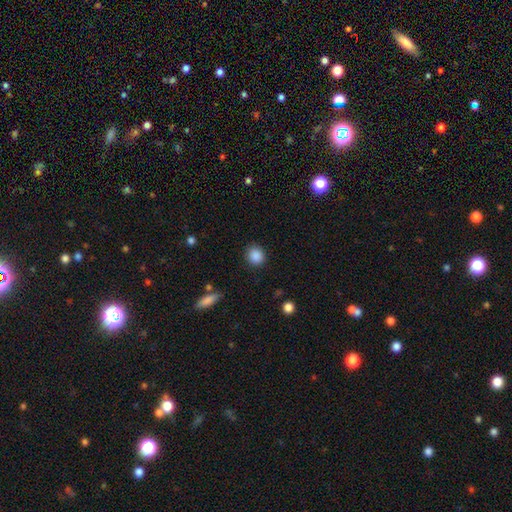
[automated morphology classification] A smooth galaxy with no disk features (88%) that is round (82%). Merging: none (88%).